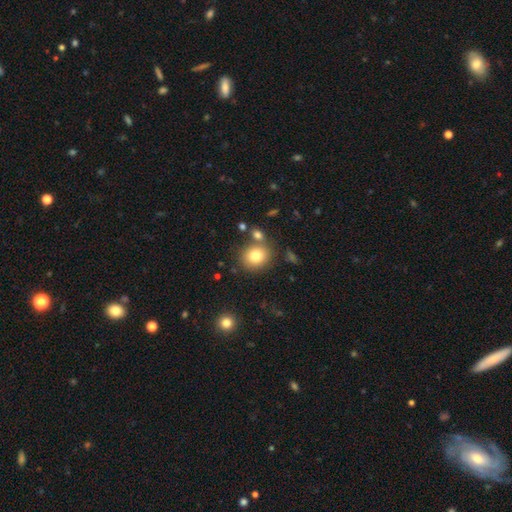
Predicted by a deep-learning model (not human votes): A smooth galaxy with no disk features (80%) that is round (75%).

Vote fractions:
- Smooth or featured? smooth: 80% / star or artifact: 10% / featured or disk: 10%
- How rounded? round: 75% / in between: 25% / cigar-shaped: 1%
- Merging? none: 73% / merger: 13% / minor disturbance: 11% / major disturbance: 4%